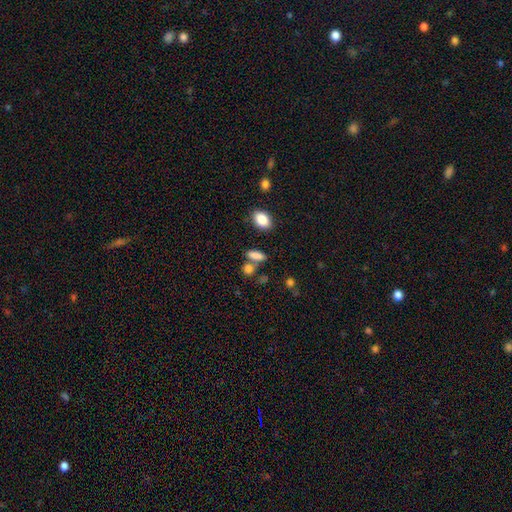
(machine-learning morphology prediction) Smooth or featured: smooth — 82% (star or artifact — 11%)
How rounded: in between — 64% (cigar-shaped — 21%)
Merging: none — 59% (merger — 24%)